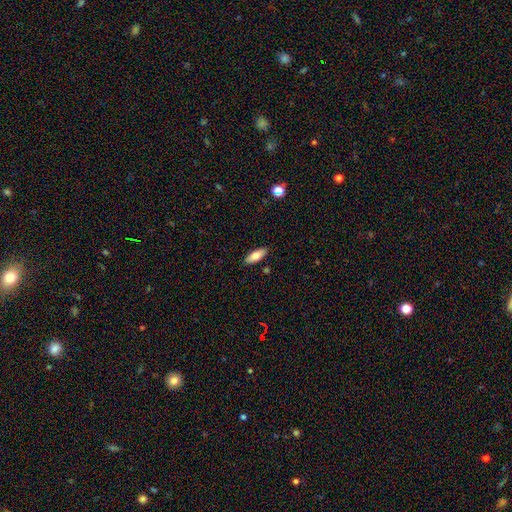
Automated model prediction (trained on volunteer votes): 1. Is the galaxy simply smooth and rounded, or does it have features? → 77% smooth, 17% featured or disk, 7% star or artifact.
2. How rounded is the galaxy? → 74% in between, 24% cigar-shaped, 2% round.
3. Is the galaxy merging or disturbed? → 88% none, 9% minor disturbance, 2% major disturbance, 2% merger.